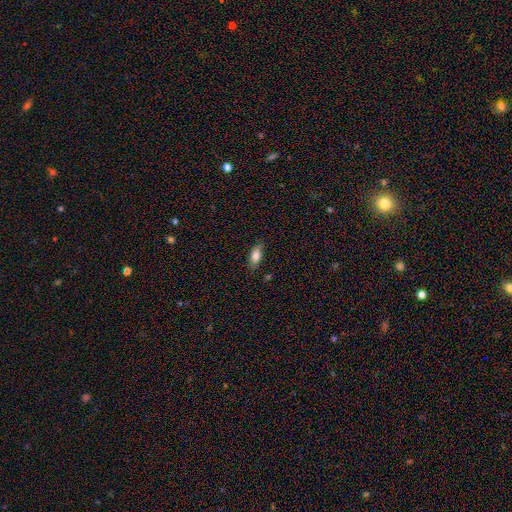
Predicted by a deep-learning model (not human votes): A smooth galaxy with no disk features (80%) that is in between round and cigar-shaped (83%). Merging: none (83%).